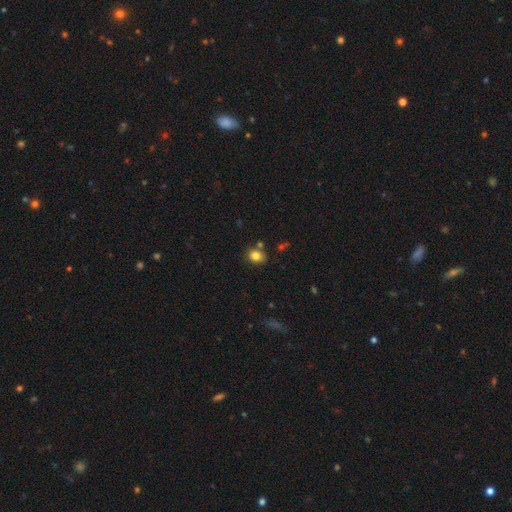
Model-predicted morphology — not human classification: Smooth or featured? smooth (82%)
How rounded? round (51%)
Merging? none (75%)